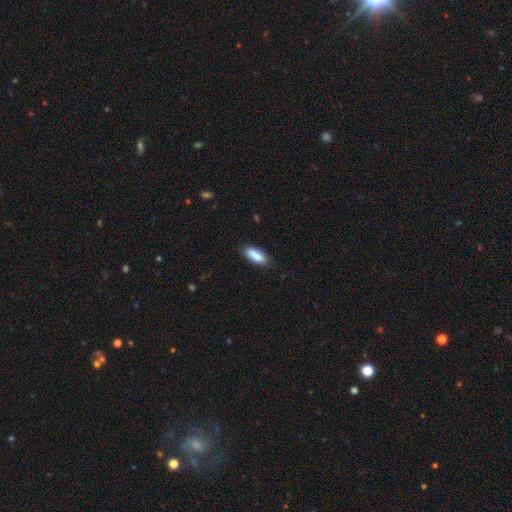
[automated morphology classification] Smooth or featured? smooth (86%)
How rounded? in between (70%)
Merging? none (81%)